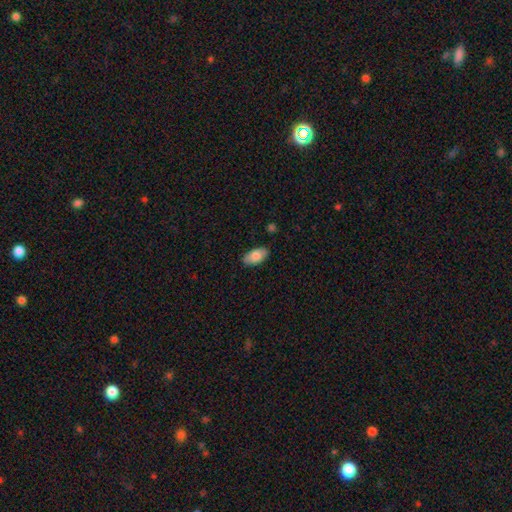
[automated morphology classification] smooth 80%, featured or disk 14%, star or artifact 6%. Down the decision tree: how rounded — in between (94%); merging — none (86%).